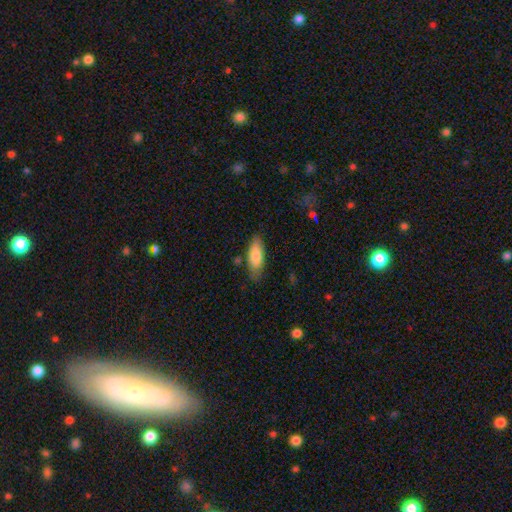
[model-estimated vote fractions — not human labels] A smooth galaxy with no disk features (82%) that is in between round and cigar-shaped (70%). Merging: none (76%).